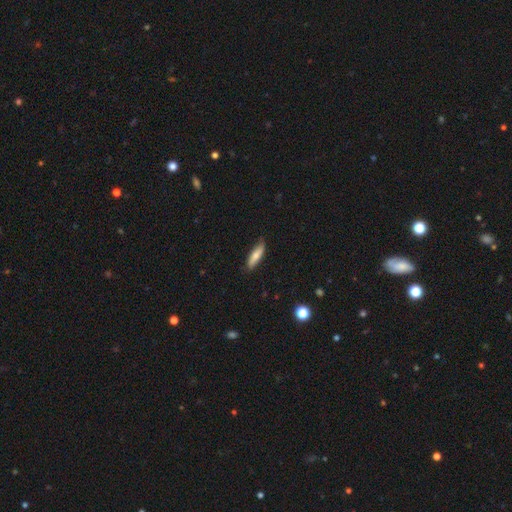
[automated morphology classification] A smooth galaxy with no disk features (74%) that is cigar-shaped (66%).

Vote fractions:
- Smooth or featured? smooth: 74% / featured or disk: 20% / star or artifact: 6%
- How rounded? cigar-shaped: 66% / in between: 32% / round: 2%
- Merging? none: 80% / minor disturbance: 16% / major disturbance: 2% / merger: 1%